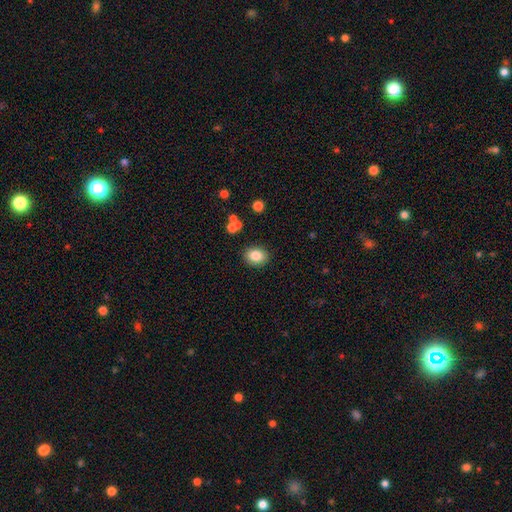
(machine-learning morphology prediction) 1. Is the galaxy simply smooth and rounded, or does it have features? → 83% smooth, 10% star or artifact, 8% featured or disk.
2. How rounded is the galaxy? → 53% round, 47% in between, 1% cigar-shaped.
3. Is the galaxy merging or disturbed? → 86% none, 8% minor disturbance, 3% merger, 2% major disturbance.